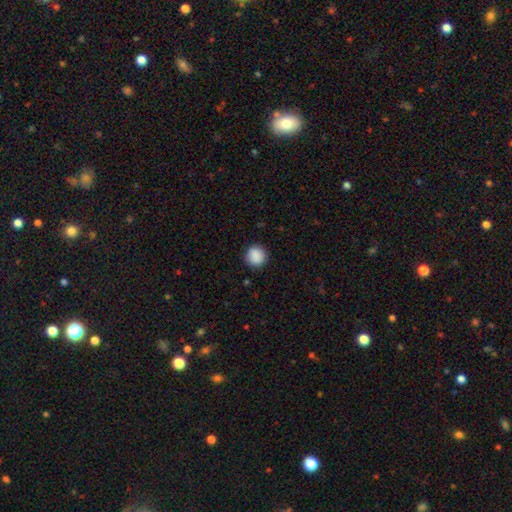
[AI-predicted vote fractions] Smooth or featured: smooth — 89% (star or artifact — 8%)
How rounded: round — 90% (in between — 9%)
Merging: none — 90% (minor disturbance — 7%)